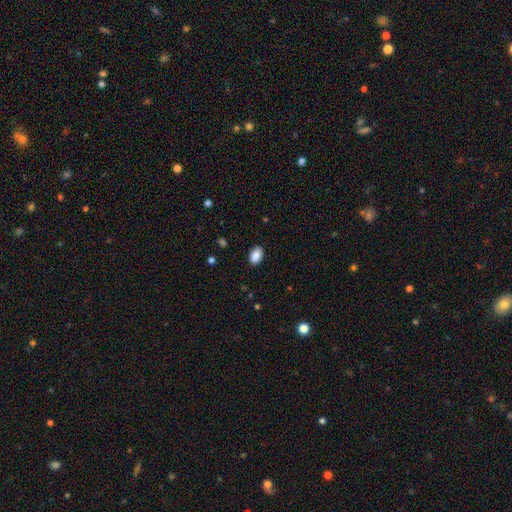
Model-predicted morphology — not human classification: Q: Smooth or featured?
A: smooth (89%); runner-up: star or artifact (7%)
Q: How rounded?
A: in between (89%); runner-up: round (10%)
Q: Merging?
A: none (87%); runner-up: minor disturbance (10%)